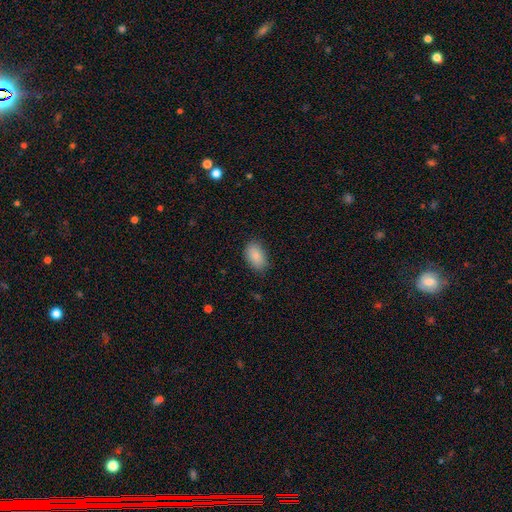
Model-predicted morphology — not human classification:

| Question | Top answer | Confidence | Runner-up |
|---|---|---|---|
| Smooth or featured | smooth | 87% | star or artifact (7%) |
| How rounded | in between | 91% | round (8%) |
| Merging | none | 82% | minor disturbance (14%) |